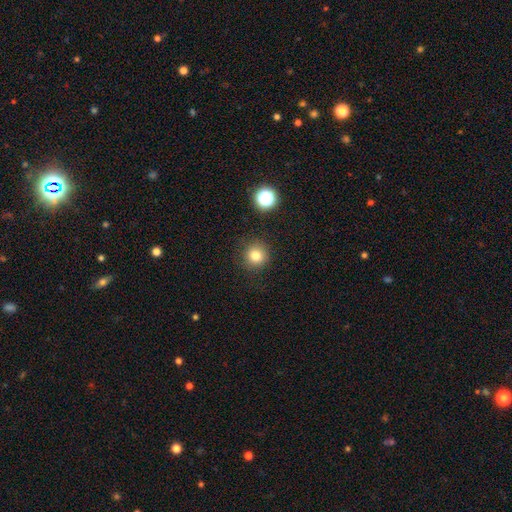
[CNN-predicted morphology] type=smooth (79%); roundness=round (94%); merging=none (88%).